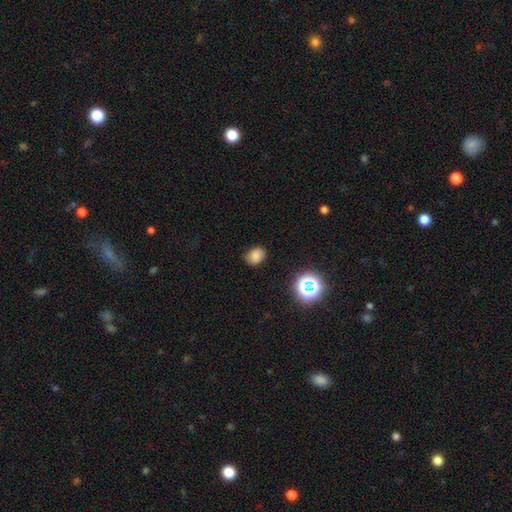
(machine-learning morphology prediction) Q: Smooth or featured?
A: smooth (79%); runner-up: star or artifact (15%)
Q: How rounded?
A: in between (52%); runner-up: round (48%)
Q: Merging?
A: none (77%); runner-up: minor disturbance (17%)